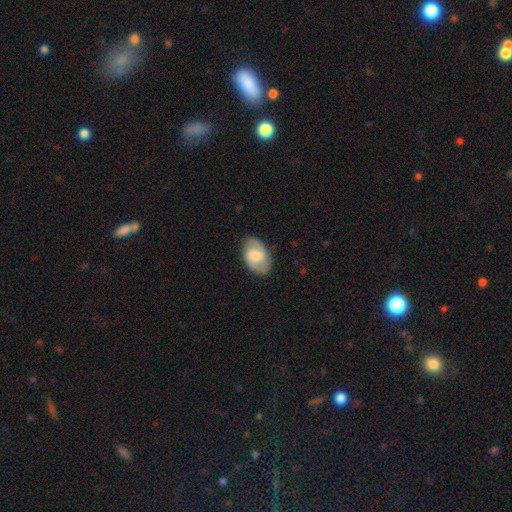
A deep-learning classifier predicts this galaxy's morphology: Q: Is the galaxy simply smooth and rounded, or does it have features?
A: featured or disk — 78%.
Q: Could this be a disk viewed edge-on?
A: no — 97%.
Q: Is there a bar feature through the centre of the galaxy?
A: weak — 53%.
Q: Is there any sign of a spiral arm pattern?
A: yes — 94%.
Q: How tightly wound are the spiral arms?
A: medium — 54%.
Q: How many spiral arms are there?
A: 2 — 91%.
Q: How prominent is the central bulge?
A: moderate — 51%.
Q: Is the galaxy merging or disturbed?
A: none — 85%.